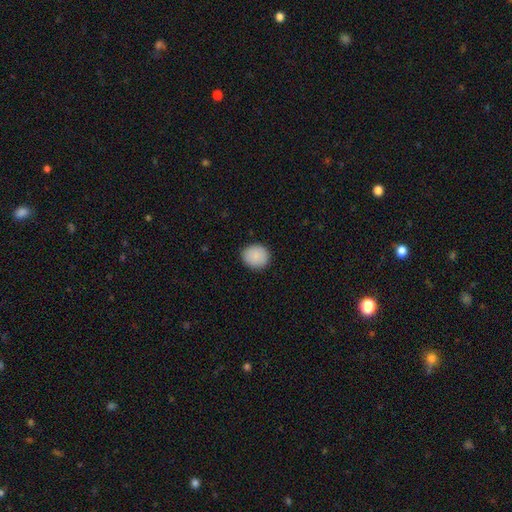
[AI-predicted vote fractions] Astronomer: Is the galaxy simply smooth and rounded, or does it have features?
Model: smooth — 89%.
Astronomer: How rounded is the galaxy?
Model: round — 84%.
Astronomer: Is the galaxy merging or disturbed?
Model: none — 90%.